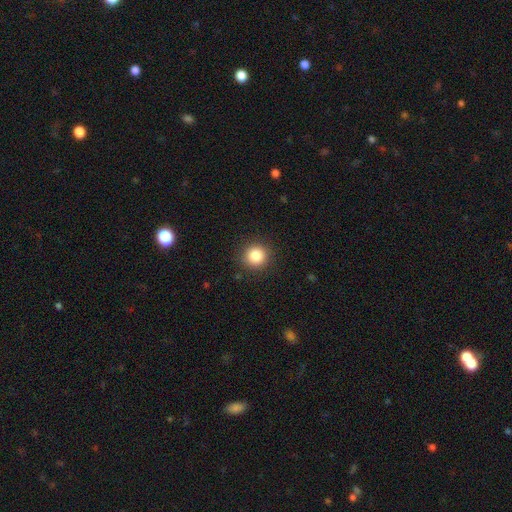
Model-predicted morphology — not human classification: smooth-or-featured: smooth: 85% | star or artifact: 11% | featured or disk: 5%
  how-rounded: round: 93% | in between: 6% | cigar-shaped: 1%
  merging: none: 90% | minor disturbance: 6% | major disturbance: 2% | merger: 1%